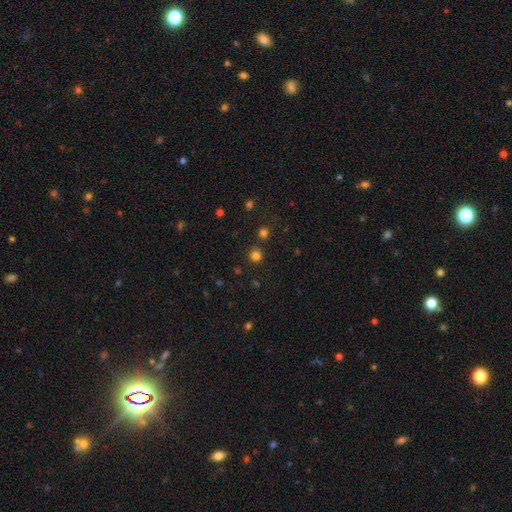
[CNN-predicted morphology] This appears to be a smooth galaxy with no disk features (78%) that is round (92%). Merging: none (84%).